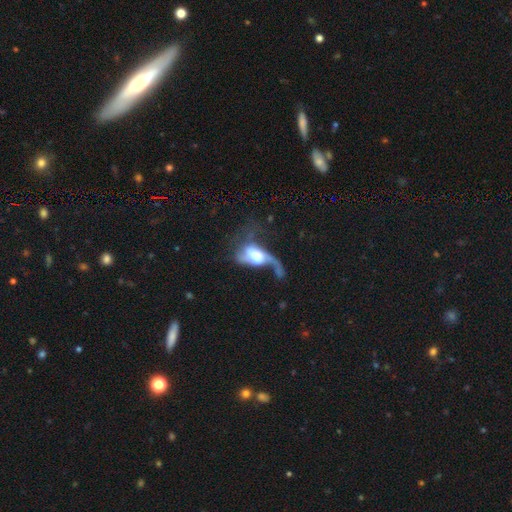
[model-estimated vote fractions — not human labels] smooth-or-featured: featured or disk: 60% | smooth: 32% | star or artifact: 8%
  disk-edge-on: no: 94% | yes: 6%
    bar: no: 63% | weak: 27% | strong: 11%
    has-spiral-arms: yes: 73% | no: 27%
    bulge-size: large: 43% | moderate: 19% | dominant: 18% | none: 11% | small: 9%
  merging: major disturbance: 58% | none: 17% | minor disturbance: 13% | merger: 12%